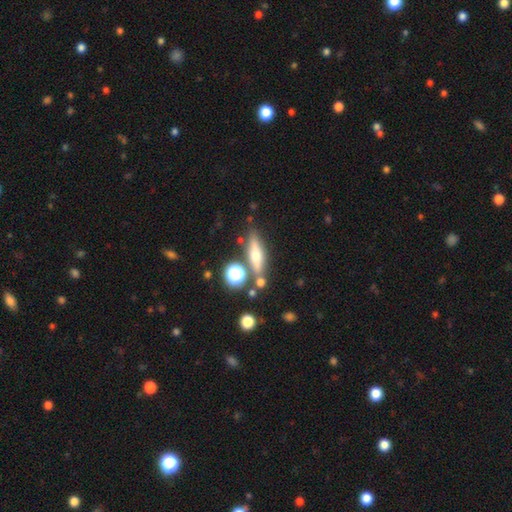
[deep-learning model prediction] Smooth or featured? smooth (46%)
Merging? none (71%)